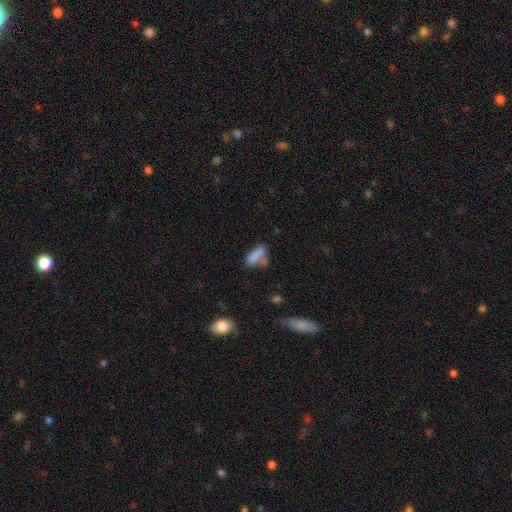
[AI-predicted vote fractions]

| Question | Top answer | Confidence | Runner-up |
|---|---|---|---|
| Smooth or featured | smooth | 77% | featured or disk (12%) |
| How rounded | in between | 73% | cigar-shaped (24%) |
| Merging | none | 41% | minor disturbance (24%) |